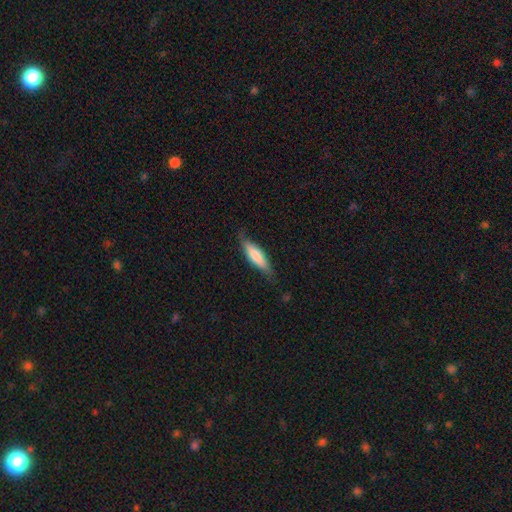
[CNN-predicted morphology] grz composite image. It shows a smooth galaxy with no disk features (72%) that is cigar-shaped (60%). Merging: none (76%).